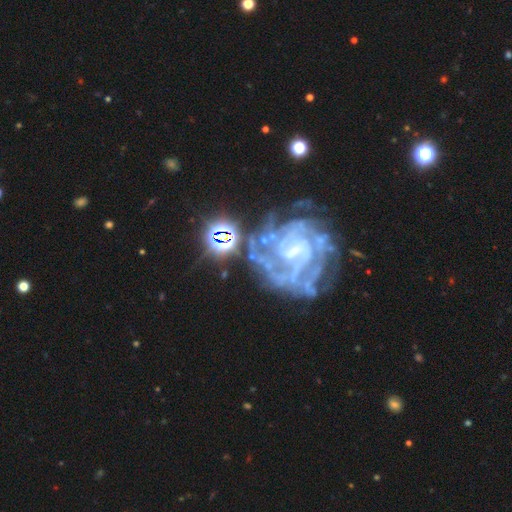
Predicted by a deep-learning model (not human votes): Smooth or featured: featured or disk — 84% (star or artifact — 9%)
Edge-on disk: no — 98% (yes — 2%)
Bar: weak — 48% (no — 34%)
Spiral arms: yes — 90% (no — 10%)
Spiral winding: tight — 61% (medium — 30%)
Spiral arm count: can't tell — 41% (3 — 16%)
Bulge size: small — 55% (none — 26%)
Merging: none — 56% (major disturbance — 19%)